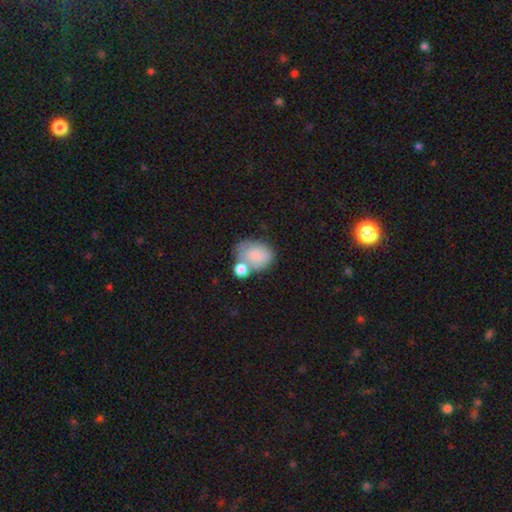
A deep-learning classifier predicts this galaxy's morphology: Smooth or featured: smooth — 71% (featured or disk — 21%)
How rounded: in between — 59% (round — 40%)
Merging: merger — 42% (none — 31%)